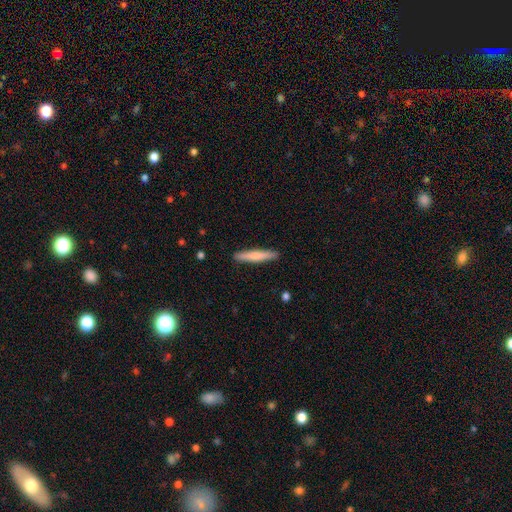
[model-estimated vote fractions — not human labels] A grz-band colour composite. It shows a smooth galaxy with no disk features (67%) that is cigar-shaped (93%). Merging: none (90%).